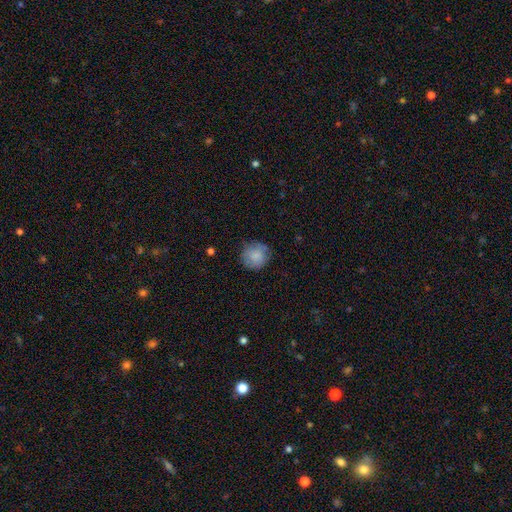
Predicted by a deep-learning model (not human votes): Q: Smooth or featured?
A: smooth (81%); runner-up: featured or disk (11%)
Q: How rounded?
A: round (90%); runner-up: in between (9%)
Q: Merging?
A: none (76%); runner-up: minor disturbance (18%)